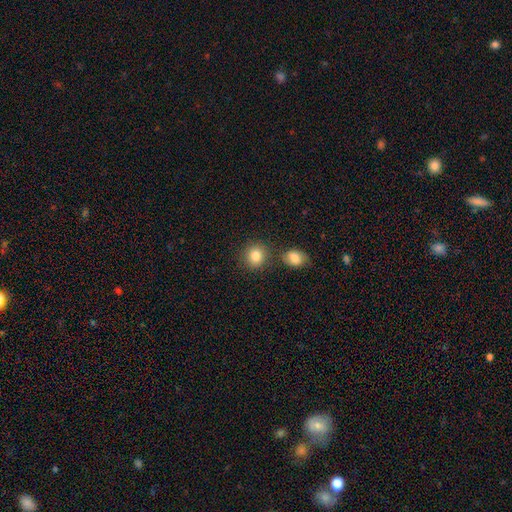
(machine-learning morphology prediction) The model was most divided on "how rounded": round: 81%, in between: 18%, cigar-shaped: 1%. More confident: smooth or featured — smooth (85%); merging — none (75%).